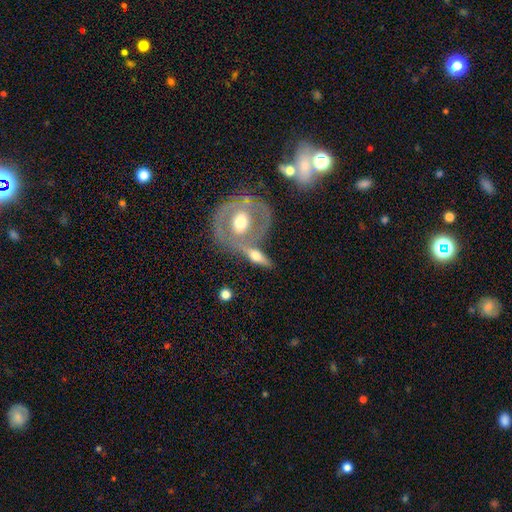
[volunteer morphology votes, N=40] A featured or disk galaxy (55%) viewed edge-on (68%) with a rounded central bulge (100%).

Vote fractions:
- Smooth or featured? featured or disk: 55% / smooth: 40% / star or artifact: 5%
- Edge-on disk? yes: 68% / no: 32%
- Edge-on bulge? rounded: 100% / boxy: 0% / none: 0%
- Merging? none: 45% (tied) / merger: 45% (tied) / minor disturbance: 8% / major disturbance: 3%